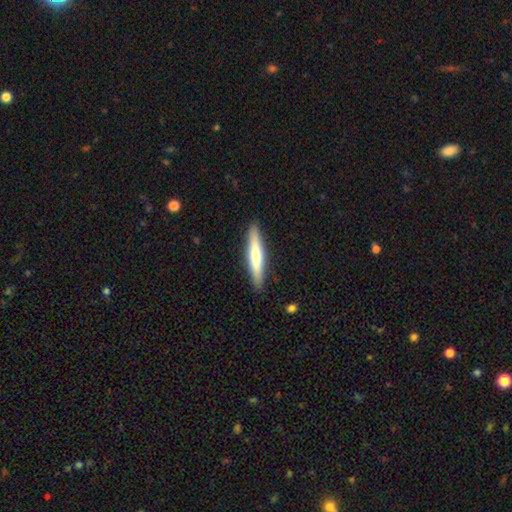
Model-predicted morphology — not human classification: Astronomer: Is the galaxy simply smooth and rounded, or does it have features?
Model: smooth — 61%.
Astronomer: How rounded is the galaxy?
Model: cigar-shaped — 90%.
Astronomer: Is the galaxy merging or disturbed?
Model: none — 90%.